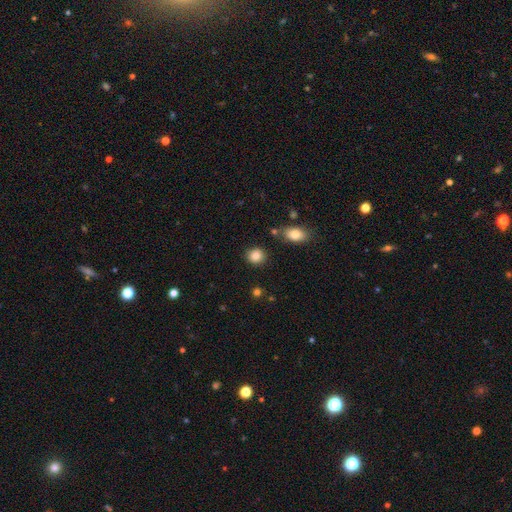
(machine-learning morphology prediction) Q: Smooth or featured?
A: smooth (85%); runner-up: star or artifact (9%)
Q: How rounded?
A: round (81%); runner-up: in between (18%)
Q: Merging?
A: none (87%); runner-up: minor disturbance (7%)